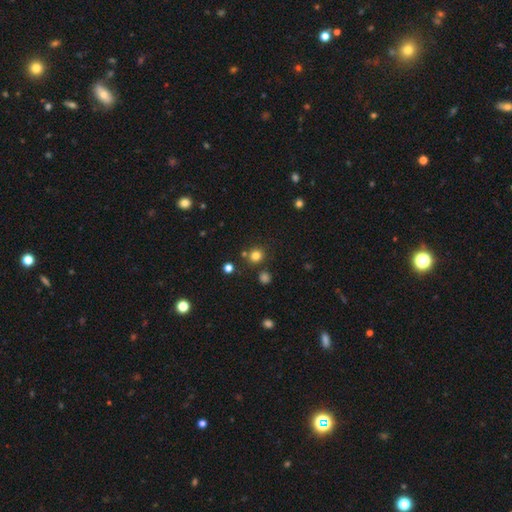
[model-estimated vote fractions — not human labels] A smooth galaxy with no disk features (79%) that is round (89%).

Vote fractions:
- Smooth or featured? smooth: 79% / star or artifact: 16% / featured or disk: 5%
- How rounded? round: 89% / in between: 10% / cigar-shaped: 1%
- Merging? none: 81% / minor disturbance: 8% / merger: 8% / major disturbance: 3%